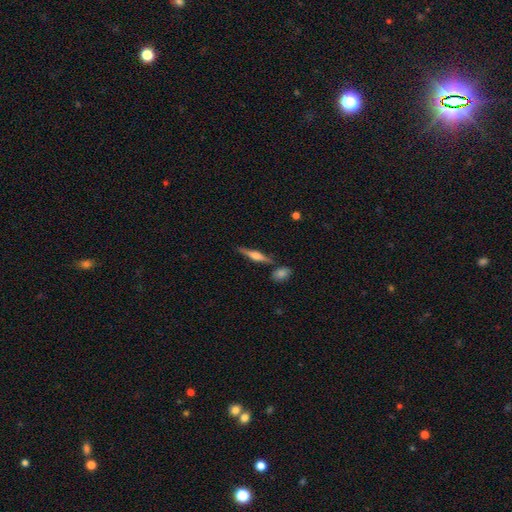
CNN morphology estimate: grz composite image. It shows a featured or disk galaxy (66%) viewed edge-on (97%) with a rounded central bulge (82%). Merging: none (82%).